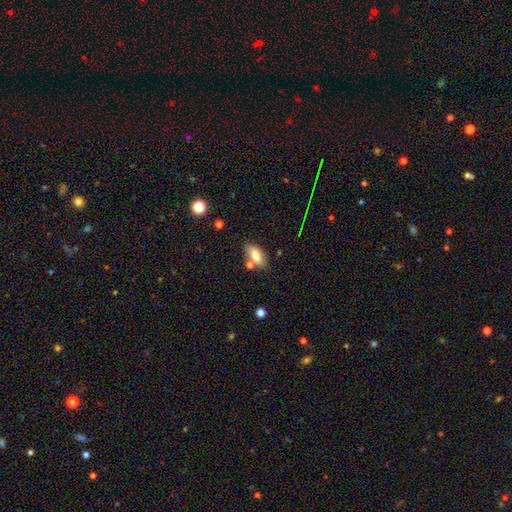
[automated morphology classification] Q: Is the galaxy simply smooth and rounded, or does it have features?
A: smooth — 77%.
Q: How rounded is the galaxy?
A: in between — 86%.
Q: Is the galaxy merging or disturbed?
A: none — 65%.